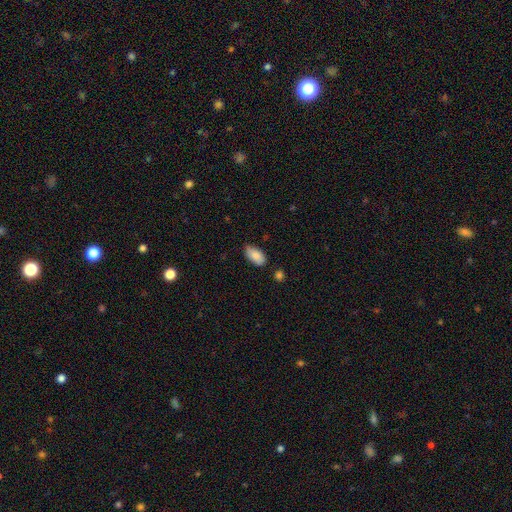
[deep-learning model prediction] Smooth or featured? smooth (86%)
How rounded? in between (94%)
Merging? none (71%)